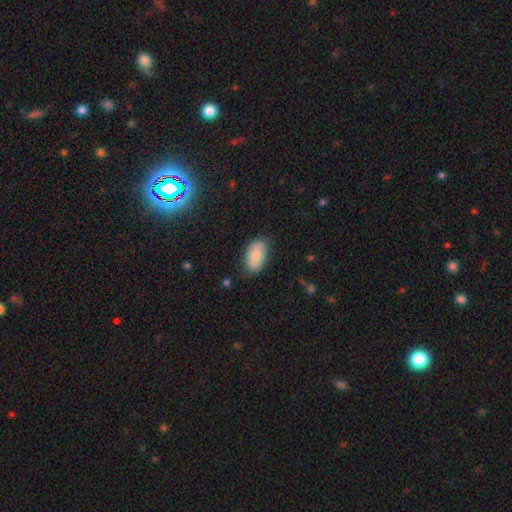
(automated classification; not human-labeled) Smooth or featured? Predicted: smooth (p=0.77). How rounded? Predicted: in between (p=0.93). Merging? Predicted: none (p=0.77).